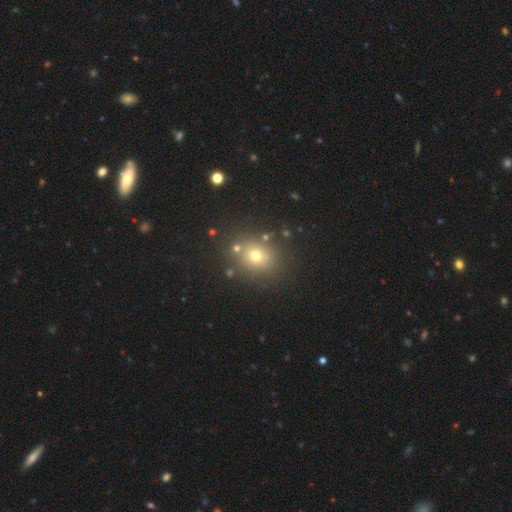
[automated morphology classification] type=smooth (65%); roundness=round (72%); merging=none (80%).